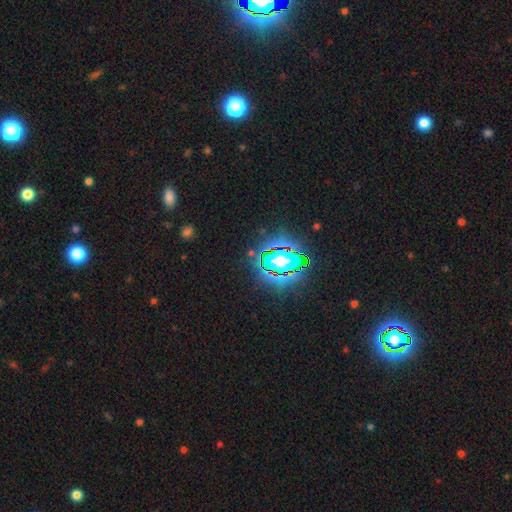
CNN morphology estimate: The model was most divided on "smooth or featured": star or artifact: 72%, smooth: 17%, featured or disk: 11%.